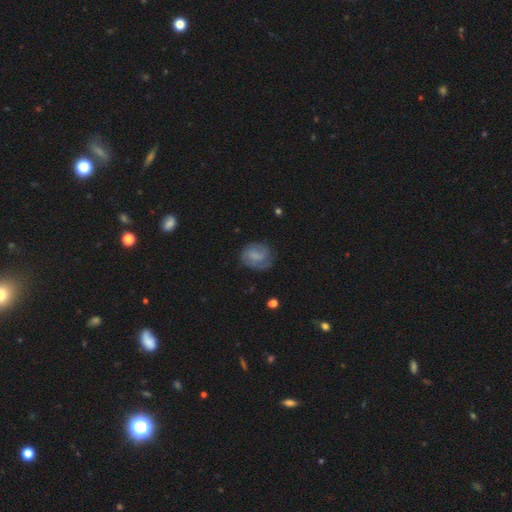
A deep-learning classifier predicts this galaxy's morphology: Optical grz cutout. It shows a smooth galaxy with no disk features (53%) that is round (55%). Merging: none (67%).